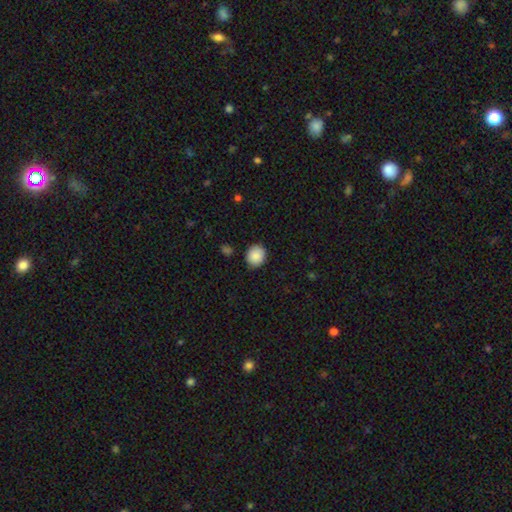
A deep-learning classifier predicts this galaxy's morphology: Overall: smooth (88%). How rounded: round (78%). Merging: none (88%).